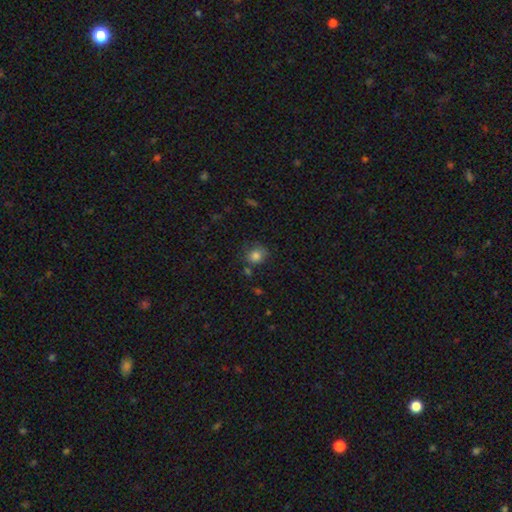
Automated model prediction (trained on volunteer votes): smooth-or-featured: smooth: 81% | star or artifact: 11% | featured or disk: 8%
  how-rounded: round: 74% | in between: 25% | cigar-shaped: 1%
  merging: none: 67% | minor disturbance: 21% | merger: 6% | major disturbance: 6%